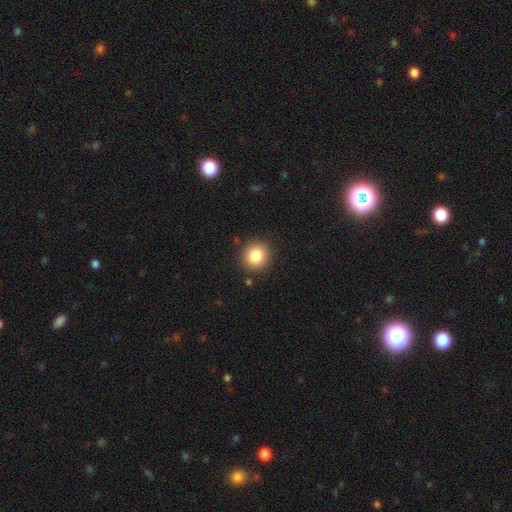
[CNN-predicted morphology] smooth 84%, star or artifact 10%, featured or disk 6%. Down the decision tree: how rounded — round (90%); merging — none (90%).